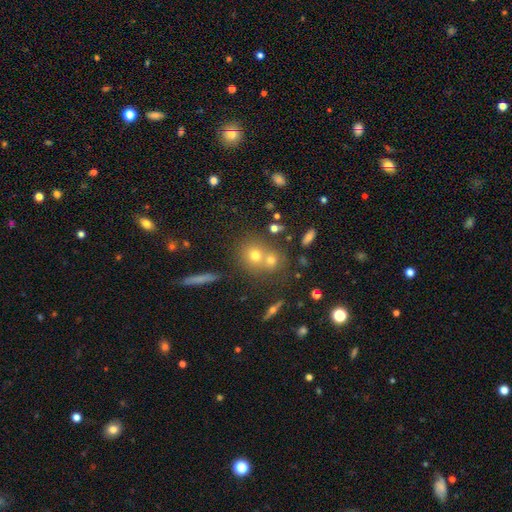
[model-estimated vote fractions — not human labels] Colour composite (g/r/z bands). It shows a smooth galaxy with no disk features (61%) that is round (79%). Merging: none (47%).